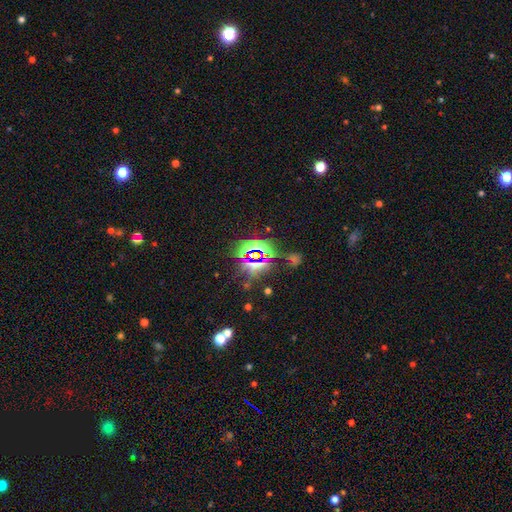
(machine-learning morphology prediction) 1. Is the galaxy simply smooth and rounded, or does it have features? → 77% star or artifact, 15% smooth, 9% featured or disk.